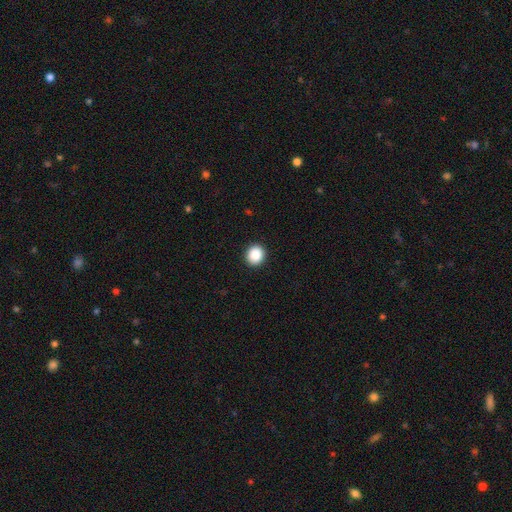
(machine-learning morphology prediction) Smooth or featured?
  - smooth: 89% *
  - star or artifact: 9%
  - featured or disk: 3%
How rounded?
  - round: 84% *
  - in between: 15%
  - cigar-shaped: 1%
Merging?
  - none: 92% *
  - minor disturbance: 5%
  - major disturbance: 2%
  - merger: 1%